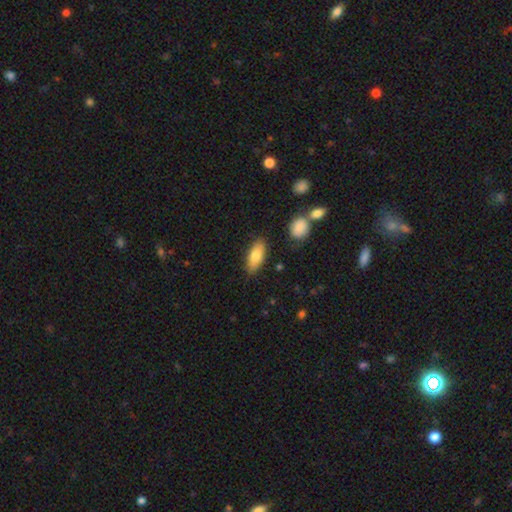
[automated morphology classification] This appears to be a smooth galaxy with no disk features (79%) that is in between round and cigar-shaped (82%). Merging: none (83%).